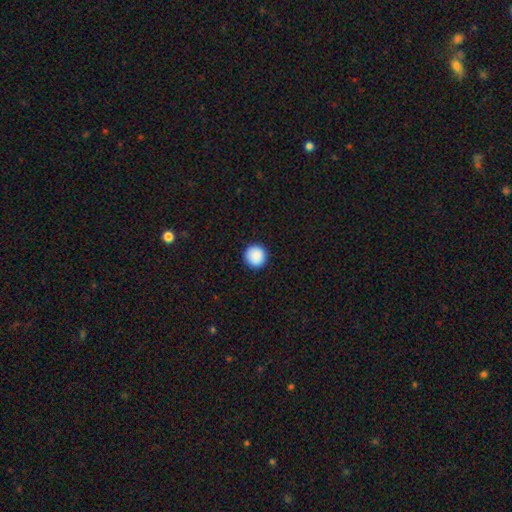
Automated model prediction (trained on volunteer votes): smooth 90%, star or artifact 8%, featured or disk 2%. Down the decision tree: how rounded — round (96%); merging — none (93%).